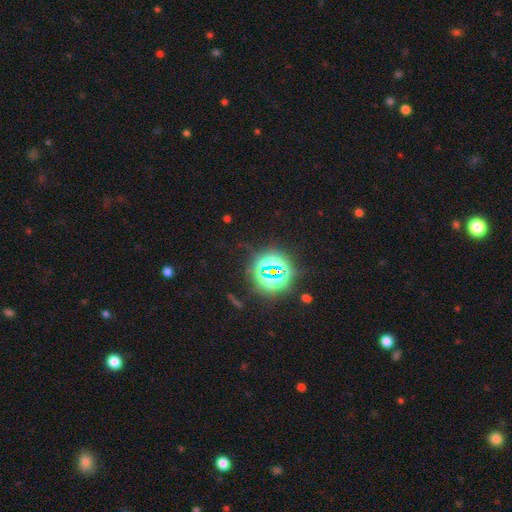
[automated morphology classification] Smooth or featured: star or artifact — 76% (smooth — 15%)